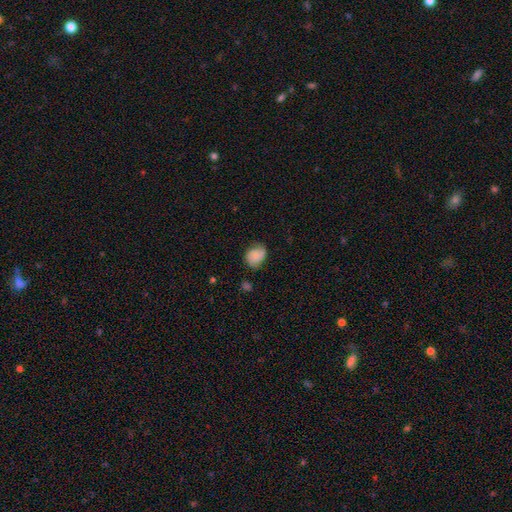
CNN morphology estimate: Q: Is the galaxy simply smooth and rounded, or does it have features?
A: smooth — 63%.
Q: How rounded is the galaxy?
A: in between — 50%.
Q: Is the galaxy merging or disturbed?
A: none — 63%.